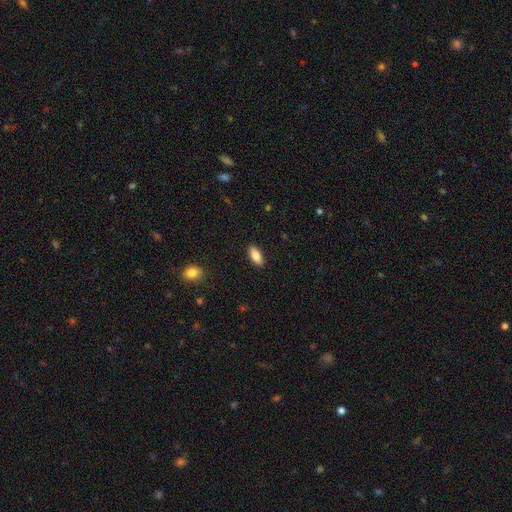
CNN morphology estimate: A smooth galaxy with no disk features (85%) that is in between round and cigar-shaped (83%). Merging: none (90%).